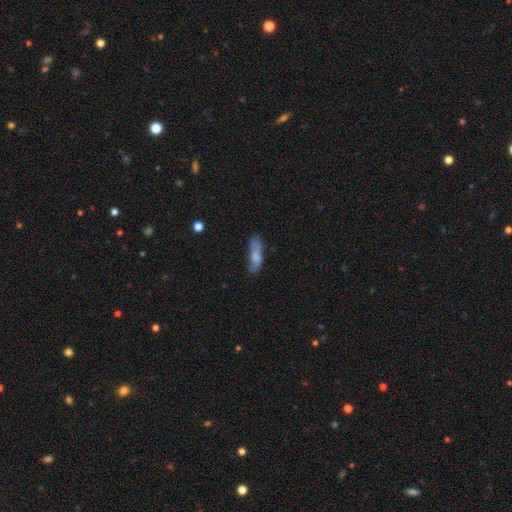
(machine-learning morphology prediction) Smooth or featured: smooth — 70% (featured or disk — 23%)
How rounded: in between — 50% (cigar-shaped — 47%)
Merging: none — 57% (minor disturbance — 27%)